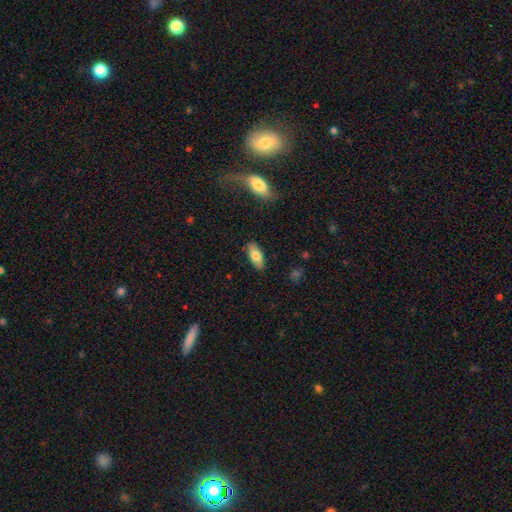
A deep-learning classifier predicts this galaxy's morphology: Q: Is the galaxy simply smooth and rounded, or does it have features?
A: smooth — 77%.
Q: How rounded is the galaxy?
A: in between — 87%.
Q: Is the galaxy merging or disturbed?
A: none — 87%.